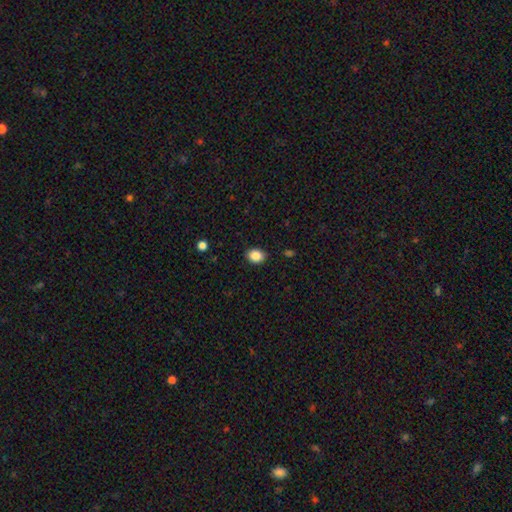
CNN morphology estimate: smooth-or-featured: smooth: 87% | star or artifact: 9% | featured or disk: 4%
  how-rounded: in between: 57% | round: 42% | cigar-shaped: 1%
  merging: none: 86% | minor disturbance: 10% | major disturbance: 2% | merger: 1%